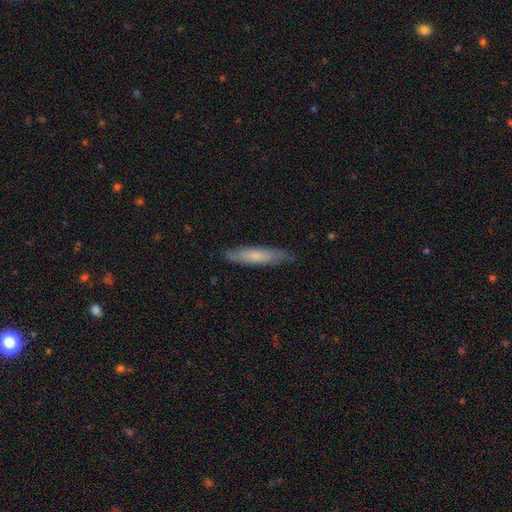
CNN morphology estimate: This is likely a smooth galaxy (62%). How rounded: clearly cigar-shaped (82%). Merging: clearly none (81%).